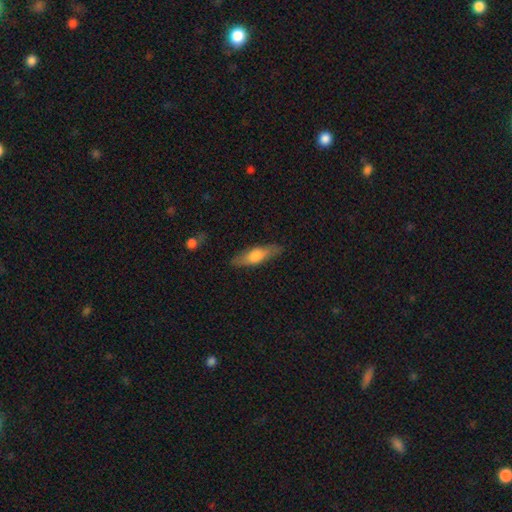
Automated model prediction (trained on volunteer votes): Smooth or featured?
  - smooth: 61% *
  - featured or disk: 33%
  - star or artifact: 6%
How rounded?
  - cigar-shaped: 57% *
  - in between: 41%
  - round: 3%
Merging?
  - none: 84% *
  - minor disturbance: 12%
  - major disturbance: 3%
  - merger: 1%